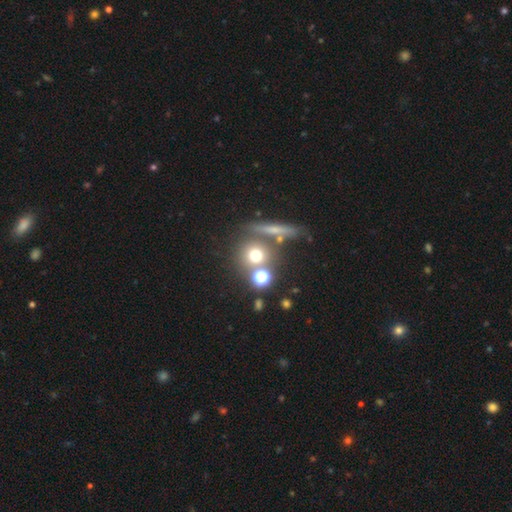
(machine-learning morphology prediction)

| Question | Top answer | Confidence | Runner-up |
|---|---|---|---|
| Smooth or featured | smooth | 63% | star or artifact (20%) |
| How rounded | round | 86% | in between (10%) |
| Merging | none | 65% | merger (21%) |